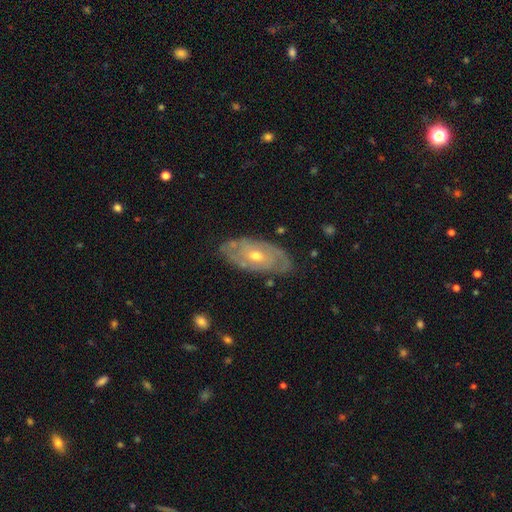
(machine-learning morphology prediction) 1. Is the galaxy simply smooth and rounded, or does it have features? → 78% featured or disk, 16% smooth, 6% star or artifact.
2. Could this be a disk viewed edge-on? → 90% no, 10% yes.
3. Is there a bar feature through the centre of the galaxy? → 71% no, 24% weak, 5% strong.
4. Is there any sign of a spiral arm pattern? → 78% yes, 22% no.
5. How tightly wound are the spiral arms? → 65% tight, 27% medium, 9% loose.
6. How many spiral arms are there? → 45% can't tell, 36% 2, 8% 3, 4% 1, 4% 4, 3% more than 4.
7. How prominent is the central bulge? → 60% moderate, 37% small, 2% large, 1% none, 1% dominant.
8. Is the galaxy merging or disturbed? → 78% none, 16% minor disturbance, 4% major disturbance, 1% merger.